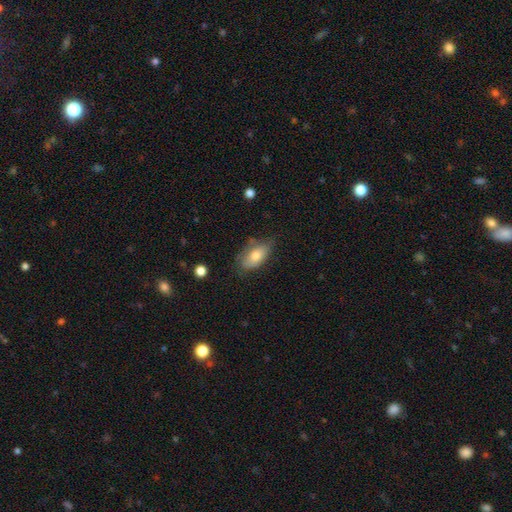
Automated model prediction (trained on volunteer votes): This appears to be a smooth galaxy with no disk features (73%) that is in between round and cigar-shaped (90%). Merging: none (61%).